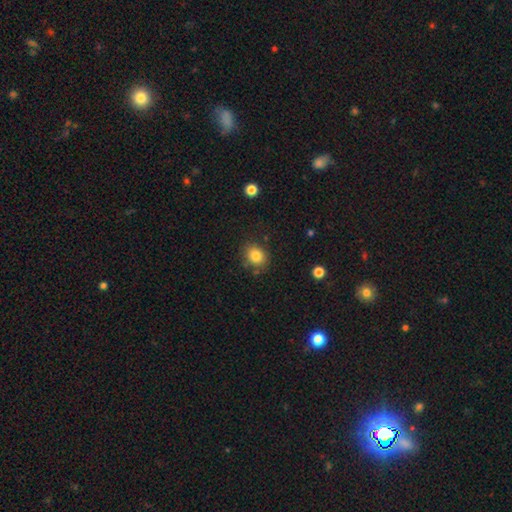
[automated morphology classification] smooth_or_featured: smooth (p=0.83) [alt: star or artifact p=0.10]
how_rounded: round (p=0.56) [alt: in between p=0.43]
merging: none (p=0.81) [alt: minor disturbance p=0.13]